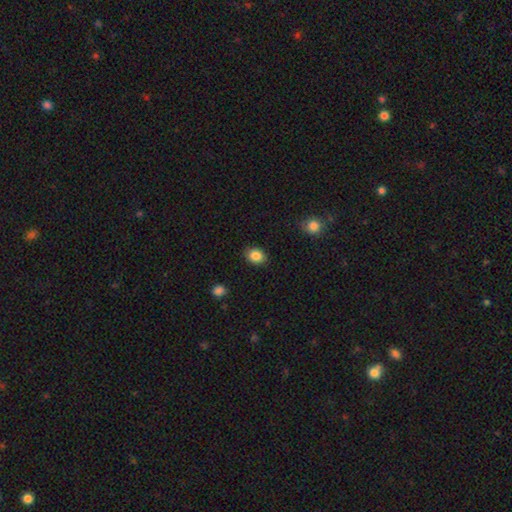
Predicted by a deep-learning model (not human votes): smooth_or_featured: smooth (p=0.86) [alt: star or artifact p=0.09]
how_rounded: in between (p=0.54) [alt: round p=0.45]
merging: none (p=0.88) [alt: minor disturbance p=0.08]